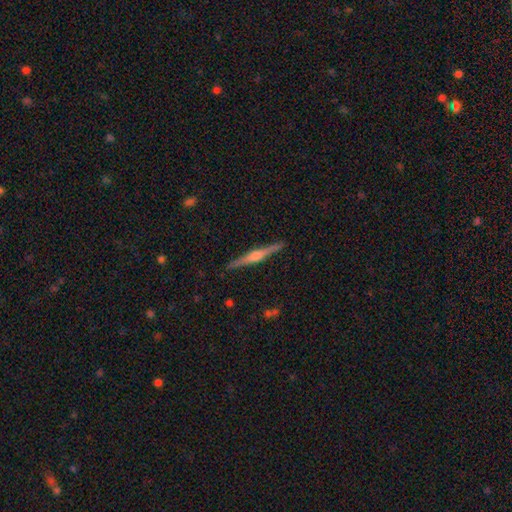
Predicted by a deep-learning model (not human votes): smooth_or_featured: featured or disk (p=0.79) [alt: smooth p=0.16]
disk_edge_on: yes (p=0.98) [alt: no p=0.02]
edge_on_bulge: rounded (p=0.87) [alt: boxy p=0.08]
merging: none (p=0.92) [alt: minor disturbance p=0.06]